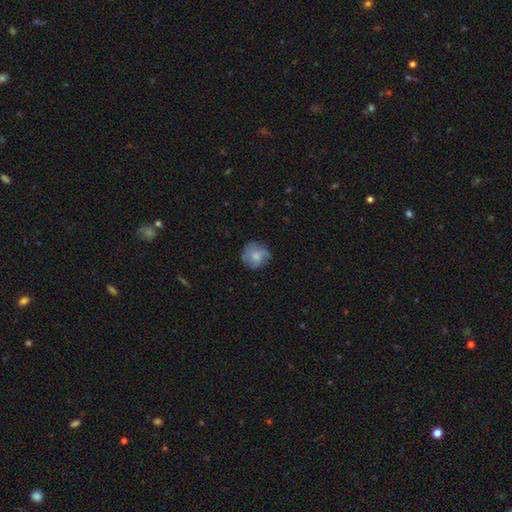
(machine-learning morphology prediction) Q: Smooth or featured?
A: smooth (66%); runner-up: featured or disk (27%)
Q: How rounded?
A: round (89%); runner-up: in between (10%)
Q: Merging?
A: none (74%); runner-up: minor disturbance (19%)